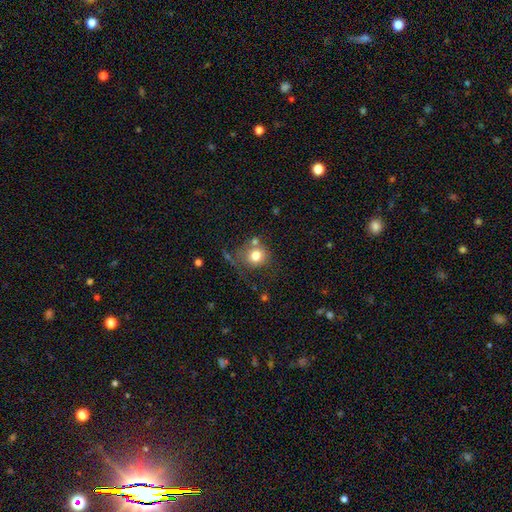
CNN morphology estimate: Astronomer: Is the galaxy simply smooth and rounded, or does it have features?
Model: smooth — 78%.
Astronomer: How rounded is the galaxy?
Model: round — 85%.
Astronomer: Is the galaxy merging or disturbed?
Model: none — 57%.